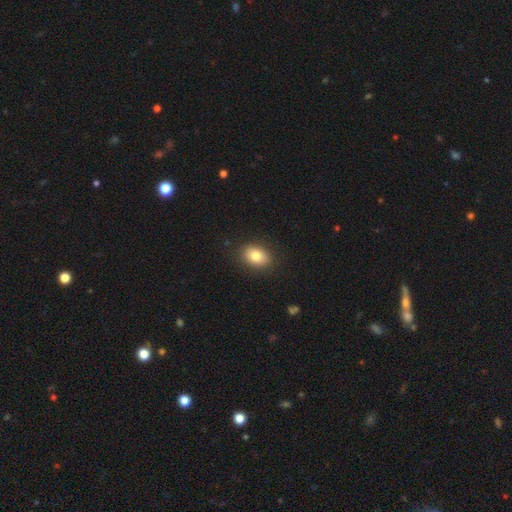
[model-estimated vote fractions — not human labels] smooth 81%, featured or disk 10%, star or artifact 9%. Down the decision tree: how rounded — in between (71%); merging — none (87%).